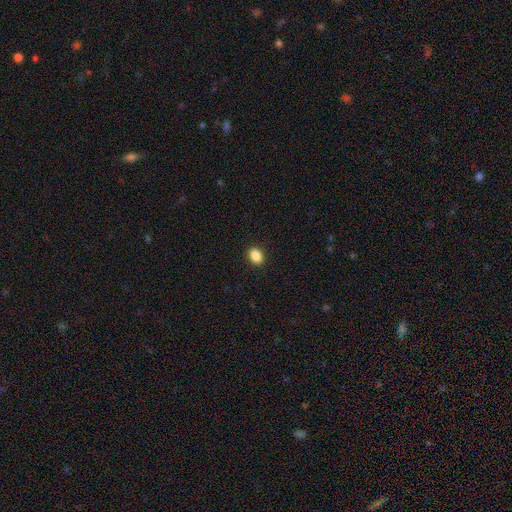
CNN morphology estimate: smooth 88%, star or artifact 9%, featured or disk 3%. Down the decision tree: how rounded — in between (71%); merging — none (91%).